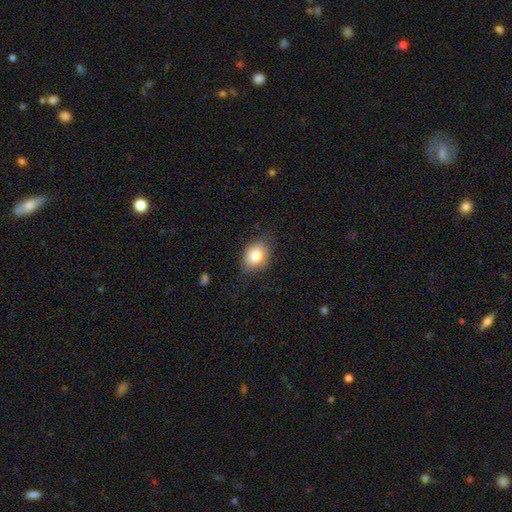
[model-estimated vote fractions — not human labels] smooth_or_featured: smooth (p=0.80) [alt: featured or disk p=0.11]
how_rounded: in between (p=0.67) [alt: round p=0.32]
merging: none (p=0.77) [alt: minor disturbance p=0.18]